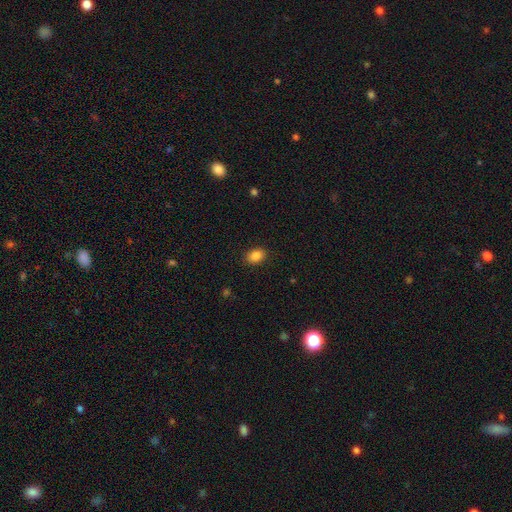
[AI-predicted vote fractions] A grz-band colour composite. It shows a smooth galaxy with no disk features (87%) that is in between round and cigar-shaped (72%). Merging: none (88%).